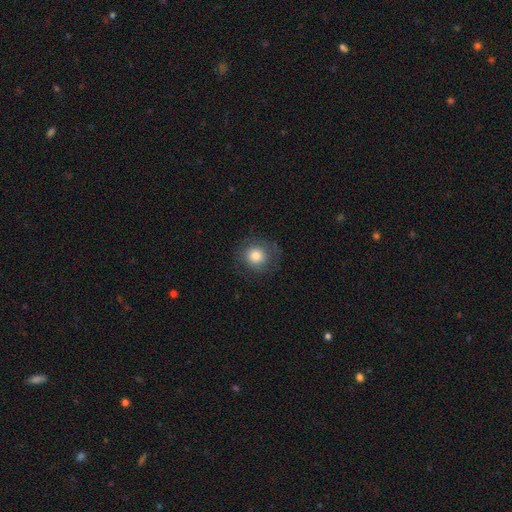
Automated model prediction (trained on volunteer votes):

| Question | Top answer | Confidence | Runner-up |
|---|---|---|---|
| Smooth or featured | smooth | 78% | featured or disk (12%) |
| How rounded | round | 90% | in between (9%) |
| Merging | none | 80% | minor disturbance (13%) |